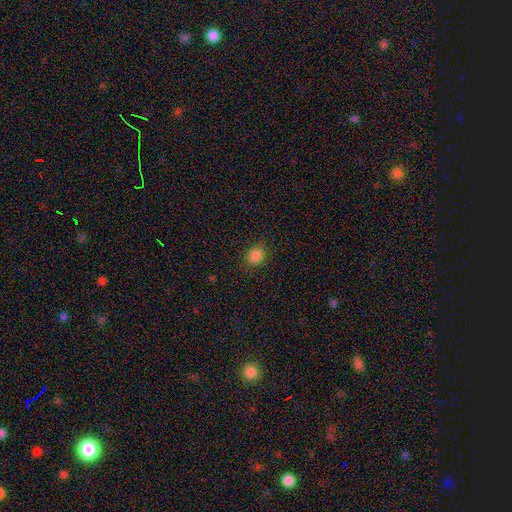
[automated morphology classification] Q: Smooth or featured?
A: smooth (85%); runner-up: star or artifact (12%)
Q: How rounded?
A: round (76%); runner-up: in between (23%)
Q: Merging?
A: none (89%); runner-up: minor disturbance (8%)